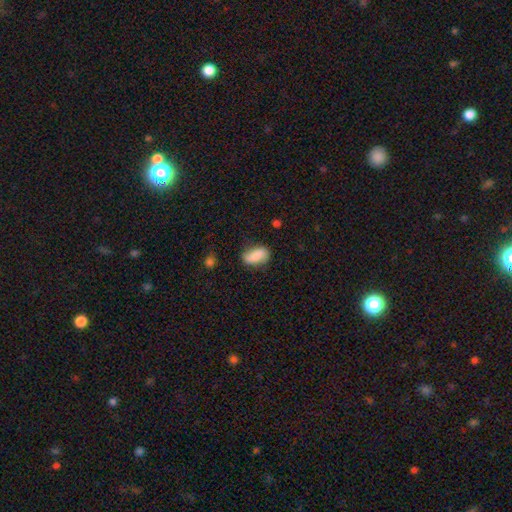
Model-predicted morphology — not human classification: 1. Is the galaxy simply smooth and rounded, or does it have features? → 77% smooth, 15% featured or disk, 7% star or artifact.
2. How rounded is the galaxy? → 90% in between, 5% round, 5% cigar-shaped.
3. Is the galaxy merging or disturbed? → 66% none, 25% minor disturbance, 7% major disturbance, 2% merger.